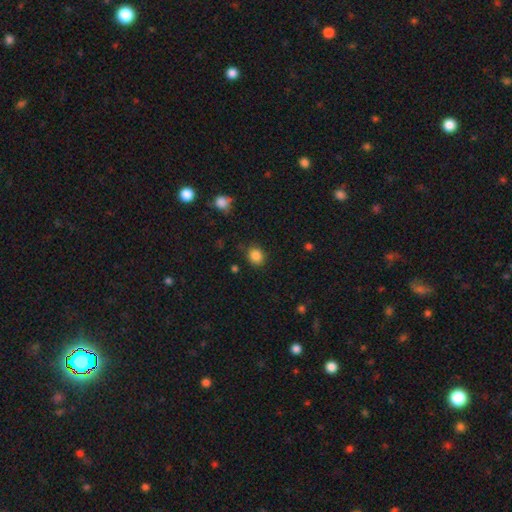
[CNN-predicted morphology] This is clearly a smooth galaxy (85%). How rounded: likely round (73%). Merging: clearly none (83%).